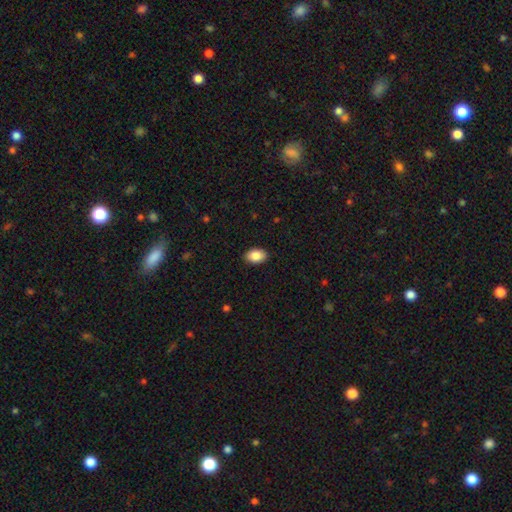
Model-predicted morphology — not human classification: Smooth or featured? Predicted: smooth (p=0.88). How rounded? Predicted: in between (p=0.88). Merging? Predicted: none (p=0.89).